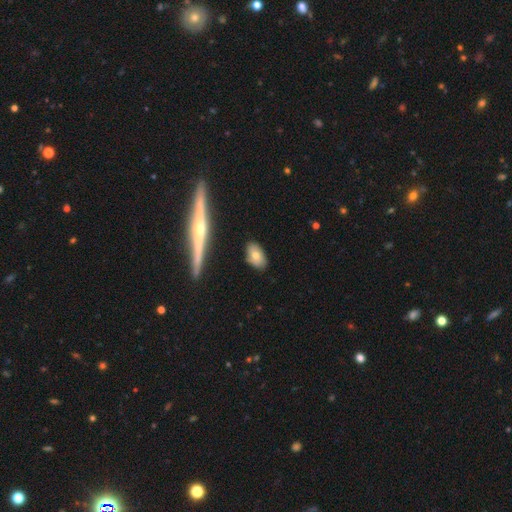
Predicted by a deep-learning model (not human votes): This appears to be a smooth galaxy with no disk features (66%) that is in between round and cigar-shaped (86%). Merging: none (81%).